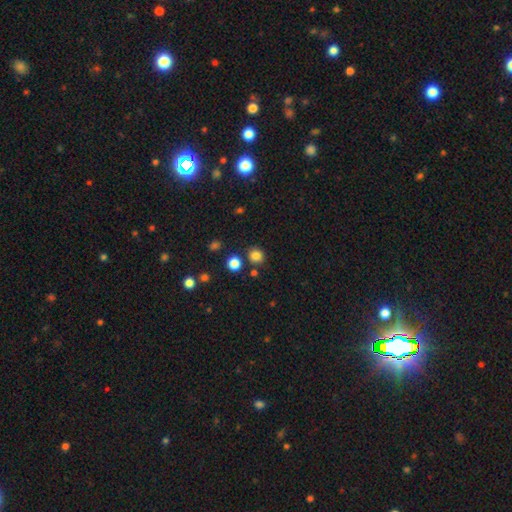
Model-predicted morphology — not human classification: A smooth galaxy with no disk features (82%) that is round (86%).

Vote fractions:
- Smooth or featured? smooth: 82% / star or artifact: 13% / featured or disk: 4%
- How rounded? round: 86% / in between: 13% / cigar-shaped: 1%
- Merging? none: 81% / minor disturbance: 9% / merger: 7% / major disturbance: 3%